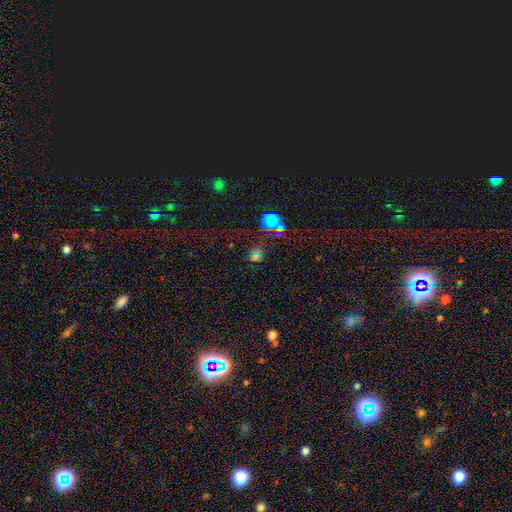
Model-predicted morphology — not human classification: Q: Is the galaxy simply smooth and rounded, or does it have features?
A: smooth — 48%.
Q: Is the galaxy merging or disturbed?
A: none — 61%.